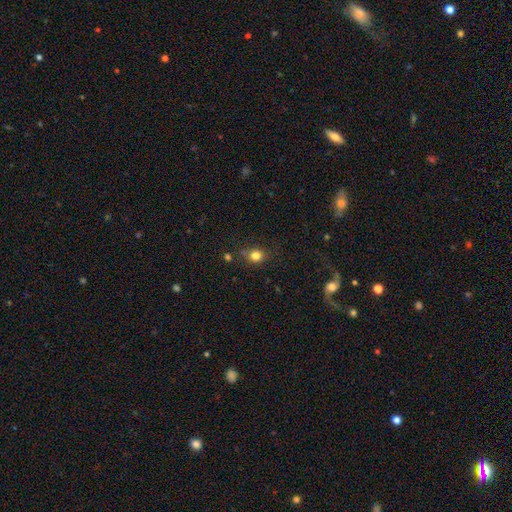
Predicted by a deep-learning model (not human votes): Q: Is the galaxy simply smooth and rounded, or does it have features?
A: smooth — 81%.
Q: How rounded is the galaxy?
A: round — 74%.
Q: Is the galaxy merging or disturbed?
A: none — 72%.